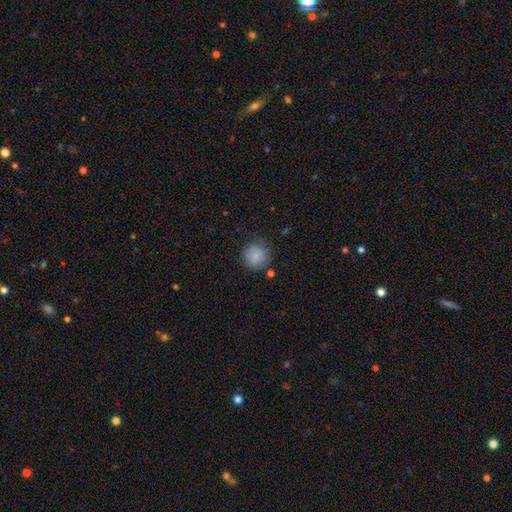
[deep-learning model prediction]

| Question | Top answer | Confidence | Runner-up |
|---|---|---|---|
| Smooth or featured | smooth | 85% | star or artifact (9%) |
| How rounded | round | 92% | in between (7%) |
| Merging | none | 78% | minor disturbance (14%) |